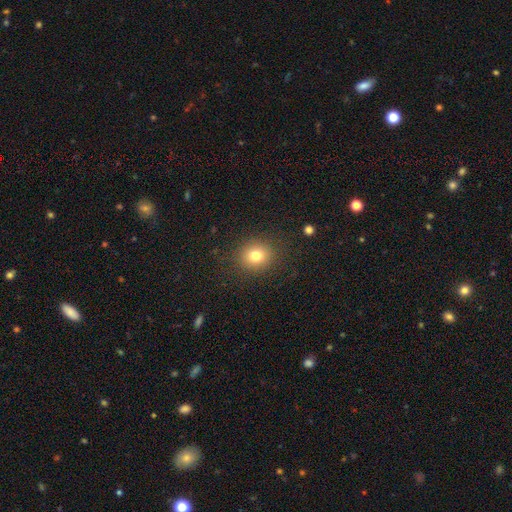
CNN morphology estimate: A smooth galaxy with no disk features (78%) that is round (78%).

Vote fractions:
- Smooth or featured? smooth: 78% / star or artifact: 13% / featured or disk: 9%
- How rounded? round: 78% / in between: 22% / cigar-shaped: 1%
- Merging? none: 87% / minor disturbance: 8% / major disturbance: 3% / merger: 1%